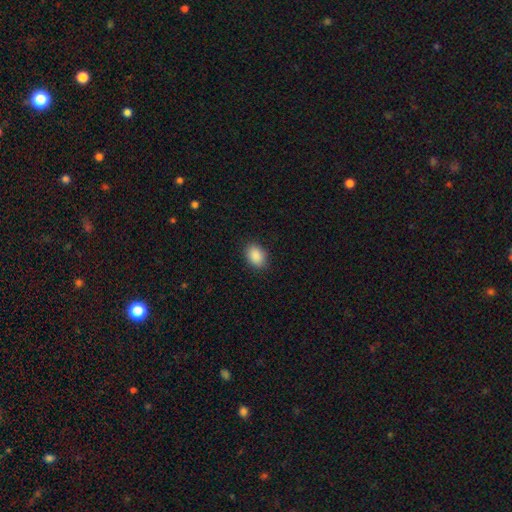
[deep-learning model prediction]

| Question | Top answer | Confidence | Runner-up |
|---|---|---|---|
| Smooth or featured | smooth | 90% | star or artifact (7%) |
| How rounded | in between | 78% | round (21%) |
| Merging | none | 87% | minor disturbance (9%) |